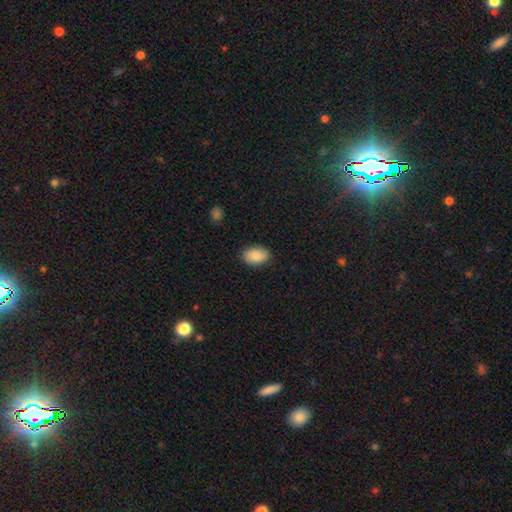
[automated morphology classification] Smooth or featured? Predicted: smooth (p=0.86). How rounded? Predicted: in between (p=0.88). Merging? Predicted: none (p=0.86).